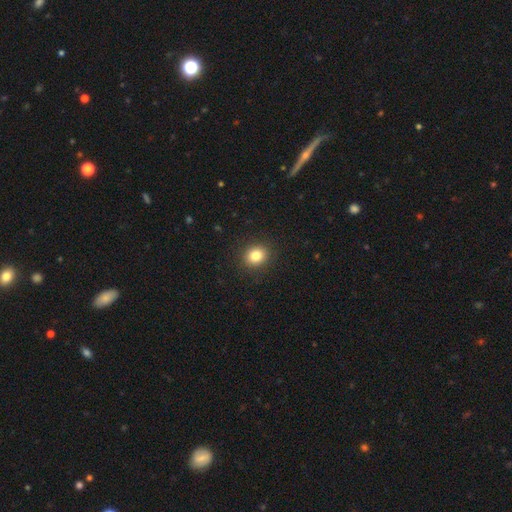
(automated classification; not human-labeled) Morphology: type=smooth (83%); roundness=round (70%); merging=none (90%).